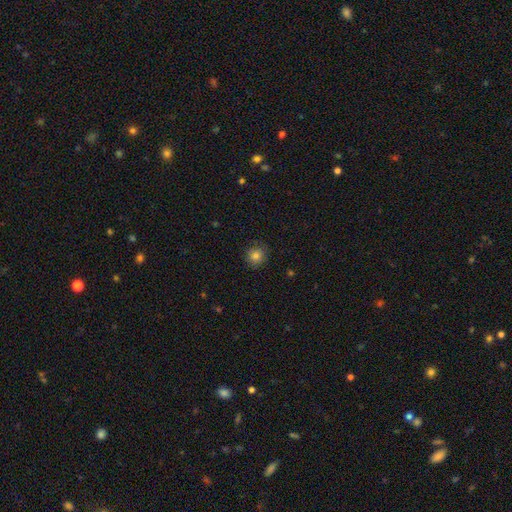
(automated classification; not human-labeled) Smooth or featured? Predicted: smooth (p=0.83). How rounded? Predicted: round (p=0.87). Merging? Predicted: none (p=0.87).